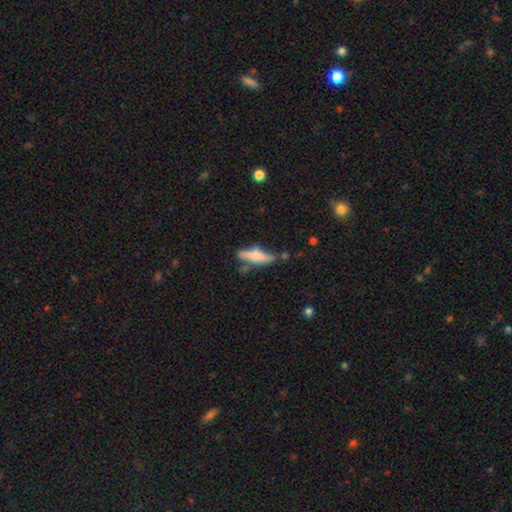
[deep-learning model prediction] The model was most divided on "smooth or featured": smooth: 59%, featured or disk: 34%, star or artifact: 7%. More confident: how rounded — cigar-shaped (71%); merging — none (57%).